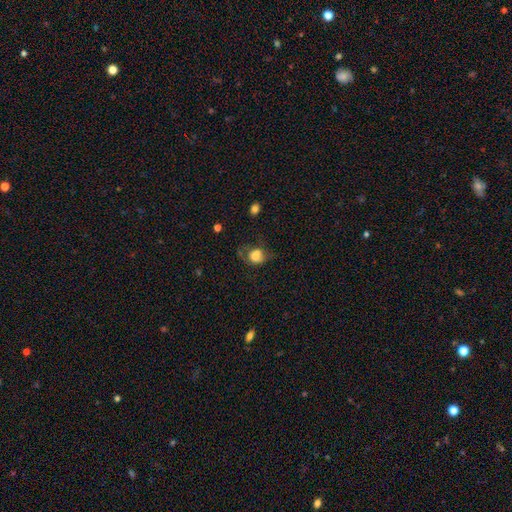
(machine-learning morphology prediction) Smooth or featured?
  - smooth: 68% *
  - featured or disk: 21%
  - star or artifact: 11%
How rounded?
  - round: 53% *
  - in between: 46%
  - cigar-shaped: 1%
Merging?
  - none: 33% *
  - major disturbance: 24%
  - minor disturbance: 22%
  - merger: 21%